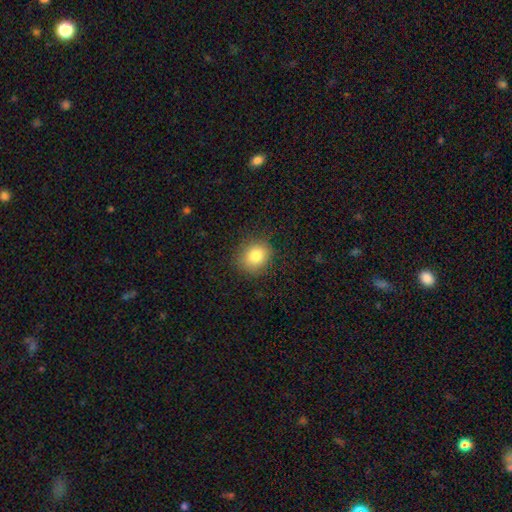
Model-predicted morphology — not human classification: This appears to be a smooth galaxy with no disk features (82%) that is round (71%). Merging: none (86%).